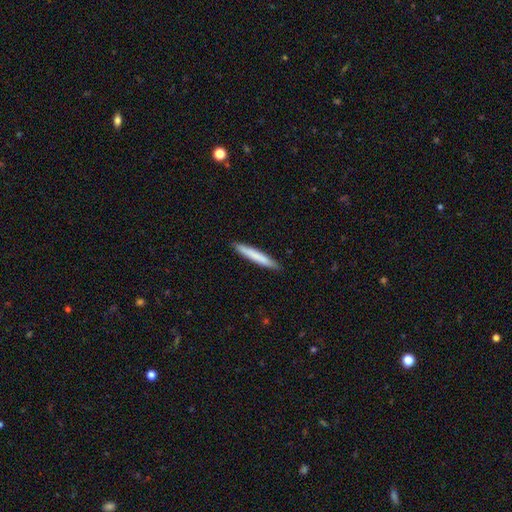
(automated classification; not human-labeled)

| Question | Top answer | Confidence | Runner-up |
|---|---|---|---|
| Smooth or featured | smooth | 75% | featured or disk (19%) |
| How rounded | cigar-shaped | 96% | in between (3%) |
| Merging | none | 91% | minor disturbance (7%) |